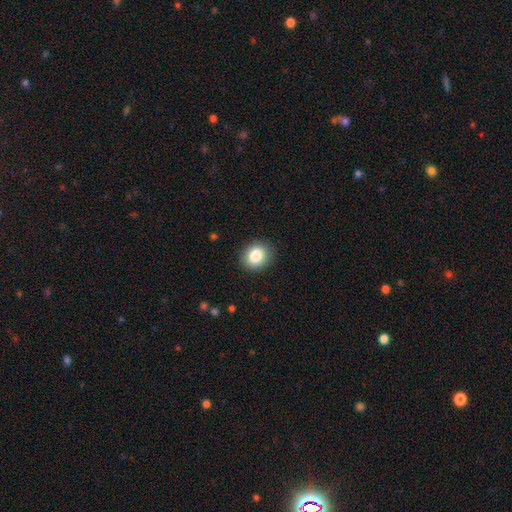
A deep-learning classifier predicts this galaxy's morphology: Q: Smooth or featured?
A: smooth (84%); runner-up: star or artifact (9%)
Q: How rounded?
A: round (67%); runner-up: in between (32%)
Q: Merging?
A: none (88%); runner-up: minor disturbance (8%)